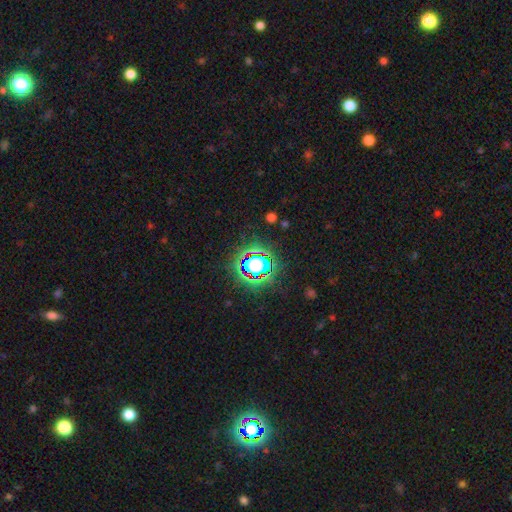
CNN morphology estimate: Smooth or featured: star or artifact — 71% (smooth — 17%)